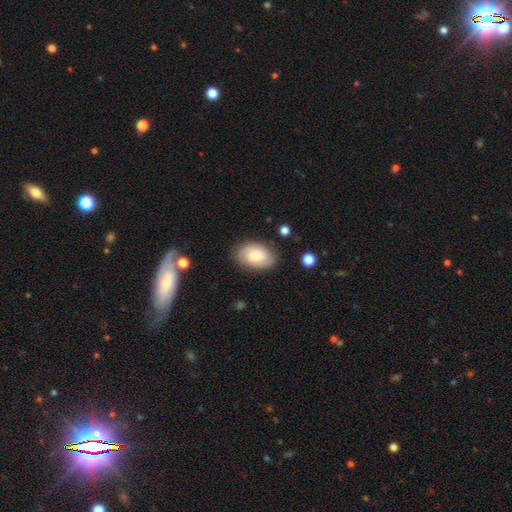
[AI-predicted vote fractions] This is likely a smooth galaxy (64%). How rounded: clearly in between (88%). Merging: clearly none (82%).